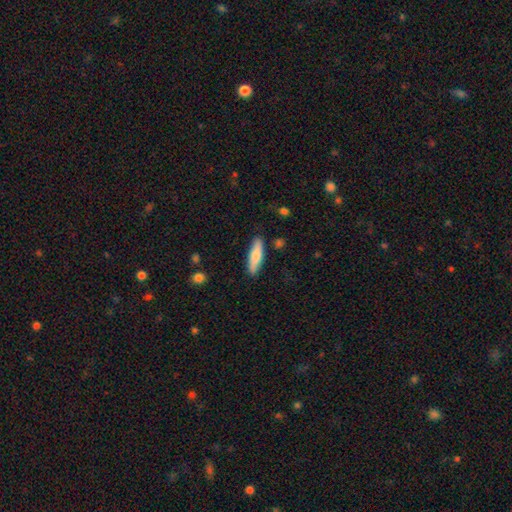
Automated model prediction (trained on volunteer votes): Q: Smooth or featured?
A: smooth (74%); runner-up: featured or disk (20%)
Q: How rounded?
A: cigar-shaped (66%); runner-up: in between (32%)
Q: Merging?
A: none (87%); runner-up: minor disturbance (10%)